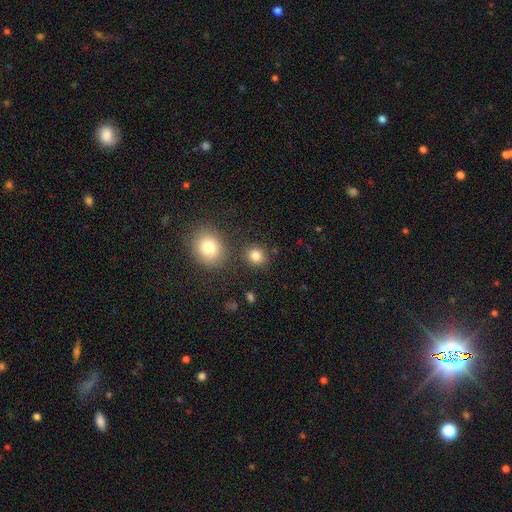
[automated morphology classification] smooth 83%, star or artifact 11%, featured or disk 6%. Down the decision tree: how rounded — round (76%); merging — none (82%).